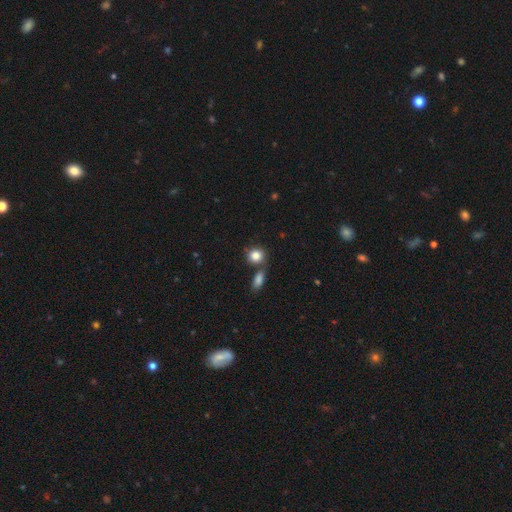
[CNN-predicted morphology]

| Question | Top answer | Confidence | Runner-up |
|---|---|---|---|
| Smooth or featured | smooth | 84% | star or artifact (9%) |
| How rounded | round | 71% | in between (27%) |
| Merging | none | 60% | merger (24%) |